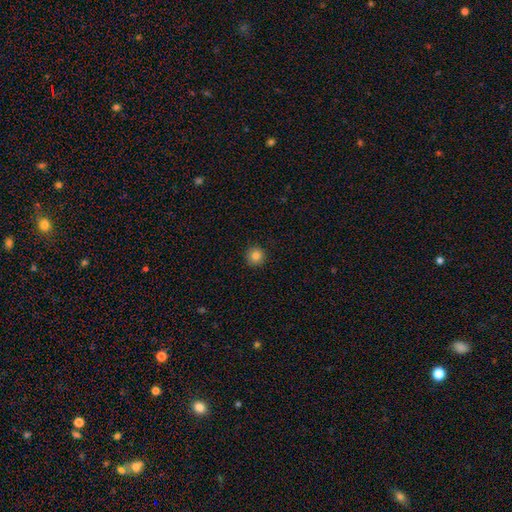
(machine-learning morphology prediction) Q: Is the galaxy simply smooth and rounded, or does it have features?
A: smooth — 84%.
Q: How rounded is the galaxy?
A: round — 95%.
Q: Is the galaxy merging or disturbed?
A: none — 91%.